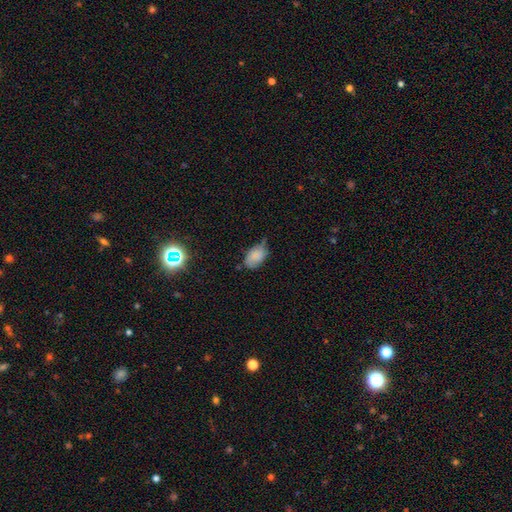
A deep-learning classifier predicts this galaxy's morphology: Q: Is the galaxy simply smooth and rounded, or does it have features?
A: smooth — 78%.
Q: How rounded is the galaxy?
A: in between — 89%.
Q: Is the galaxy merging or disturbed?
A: none — 48%.